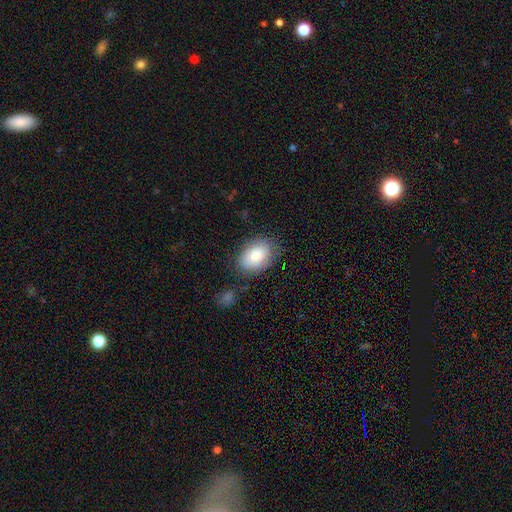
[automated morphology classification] This appears to be a smooth galaxy with no disk features (82%) that is in between round and cigar-shaped (85%). Merging: none (74%).